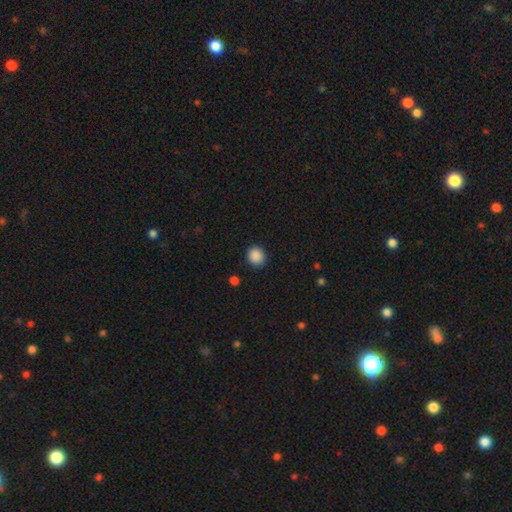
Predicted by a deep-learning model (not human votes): Morphology: type=smooth (89%); roundness=round (84%); merging=none (90%).